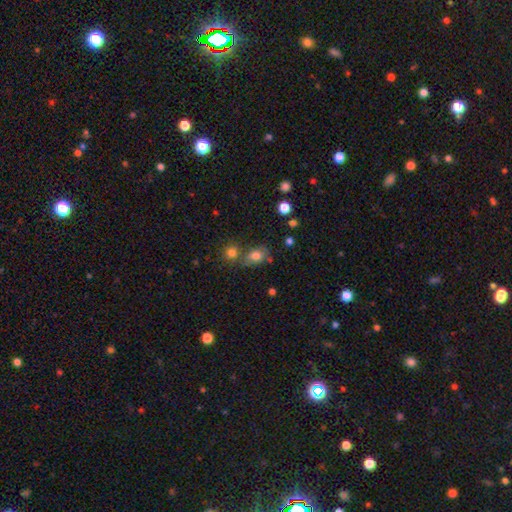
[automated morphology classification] This is likely a smooth galaxy (77%). How rounded: likely in between (63%). Merging: possibly none (51%).